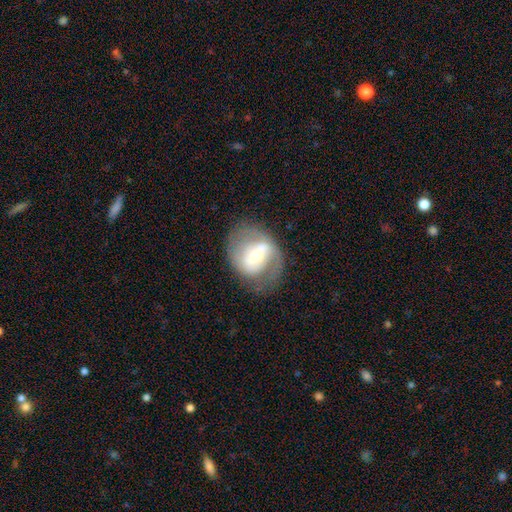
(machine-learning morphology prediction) smooth-or-featured: featured or disk: 65% | smooth: 27% | star or artifact: 7%
  disk-edge-on: no: 95% | yes: 5%
    bar: strong: 37% (tied) | weak: 37% (tied) | no: 25%
    has-spiral-arms: yes: 65% | no: 35%
    bulge-size: moderate: 53% | small: 36% | large: 8% | dominant: 2% | none: 1%
  merging: none: 61% | minor disturbance: 20% | major disturbance: 15% | merger: 3%